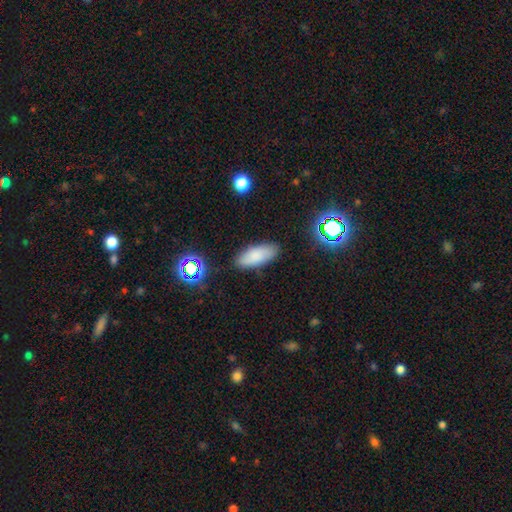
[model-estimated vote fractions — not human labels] The model was most divided on "how rounded": in between: 81%, cigar-shaped: 17%, round: 2%. More confident: merging — none (84%); smooth or featured — smooth (80%).